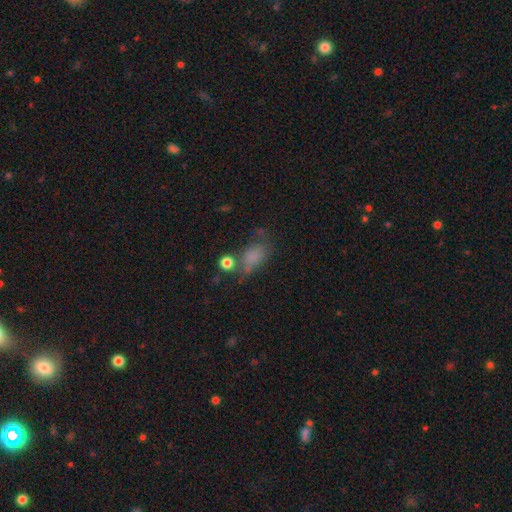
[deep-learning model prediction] smooth 68%, star or artifact 17%, featured or disk 14%. Down the decision tree: how rounded — in between (77%); merging — none (46%).